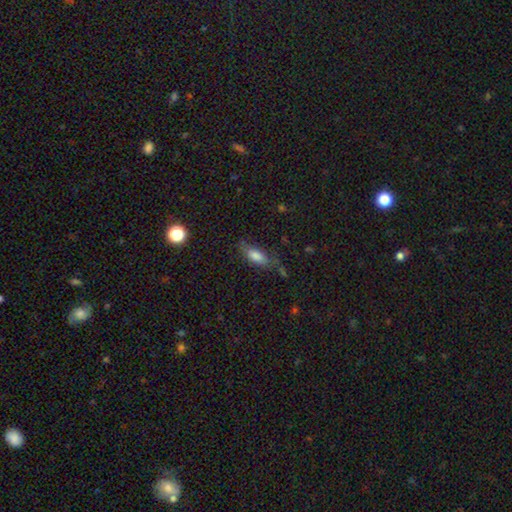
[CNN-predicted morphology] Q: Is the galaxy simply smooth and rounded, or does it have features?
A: smooth — 72%.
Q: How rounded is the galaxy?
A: in between — 72%.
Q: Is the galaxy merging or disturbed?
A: none — 59%.